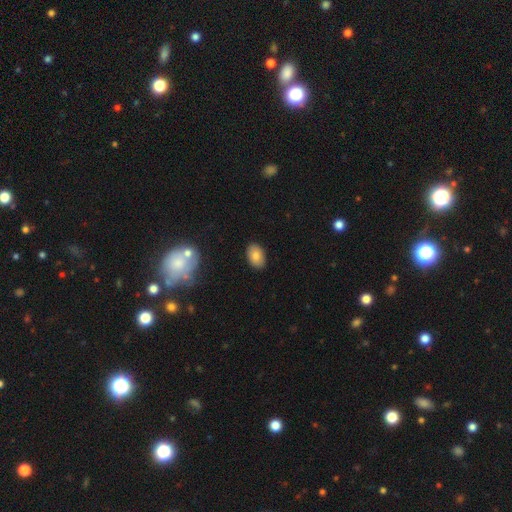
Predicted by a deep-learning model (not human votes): Smooth or featured? smooth (81%)
How rounded? in between (88%)
Merging? none (88%)